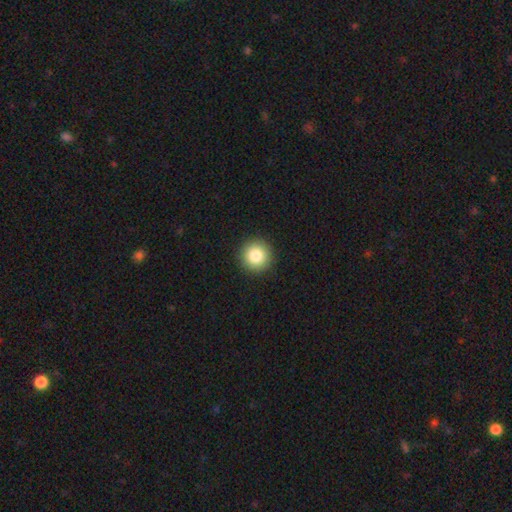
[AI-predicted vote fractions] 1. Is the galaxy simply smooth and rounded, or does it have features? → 83% smooth, 10% star or artifact, 7% featured or disk.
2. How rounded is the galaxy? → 96% round, 3% in between, 1% cigar-shaped.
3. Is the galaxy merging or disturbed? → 93% none, 5% minor disturbance, 2% major disturbance, 1% merger.